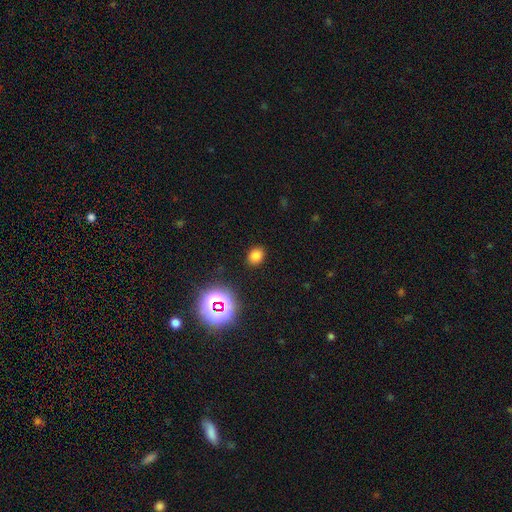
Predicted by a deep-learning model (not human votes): Smooth or featured?
  - smooth: 75% *
  - star or artifact: 19%
  - featured or disk: 6%
How rounded?
  - in between: 51% *
  - round: 48%
  - cigar-shaped: 1%
Merging?
  - none: 87% *
  - minor disturbance: 8%
  - major disturbance: 3%
  - merger: 1%